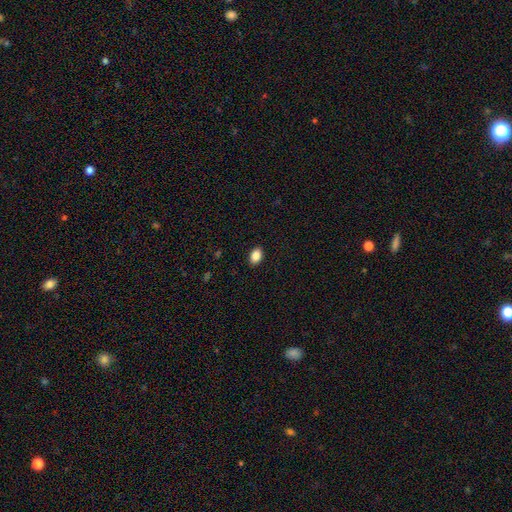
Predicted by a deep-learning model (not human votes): Smooth or featured? smooth (87%)
How rounded? in between (84%)
Merging? none (90%)